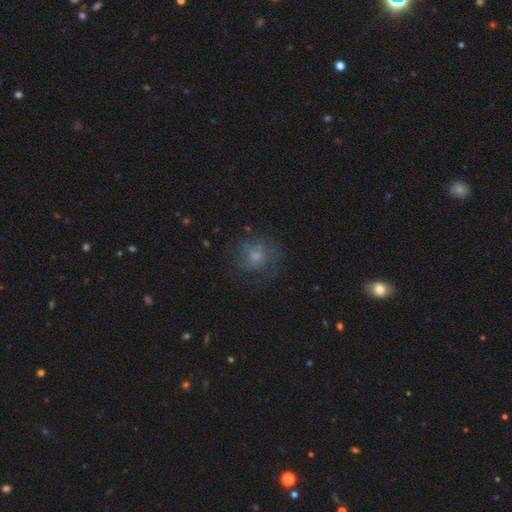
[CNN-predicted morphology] Smooth or featured?
  - smooth: 54% *
  - featured or disk: 33%
  - star or artifact: 13%
How rounded?
  - round: 79% *
  - in between: 20%
  - cigar-shaped: 1%
Merging?
  - none: 61% *
  - minor disturbance: 20%
  - major disturbance: 17%
  - merger: 2%